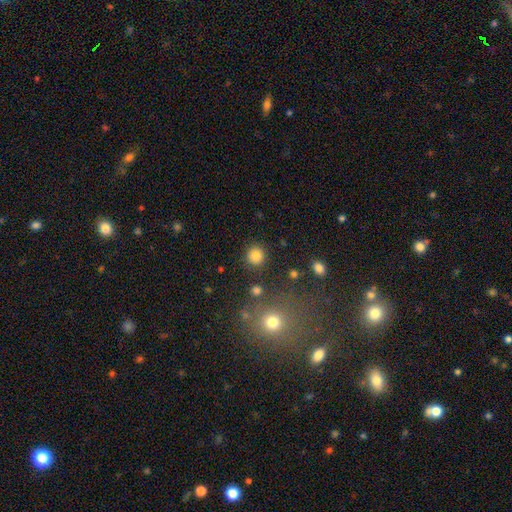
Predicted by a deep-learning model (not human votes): Smooth or featured?
  - smooth: 83% *
  - star or artifact: 12%
  - featured or disk: 5%
How rounded?
  - round: 93% *
  - in between: 6%
  - cigar-shaped: 1%
Merging?
  - none: 88% *
  - minor disturbance: 6%
  - major disturbance: 3%
  - merger: 3%